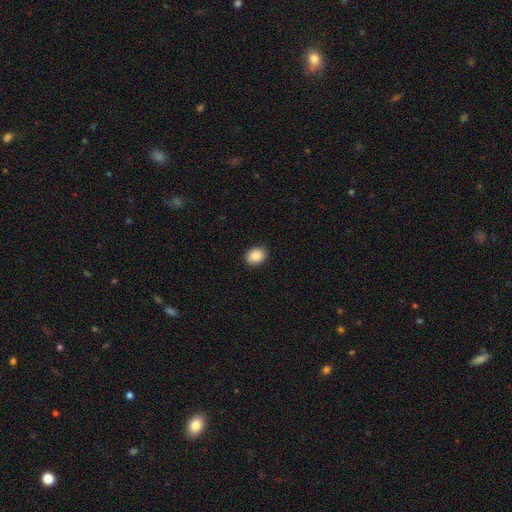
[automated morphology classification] Smooth or featured: smooth — 88% (star or artifact — 8%)
How rounded: in between — 54% (round — 45%)
Merging: none — 89% (minor disturbance — 8%)